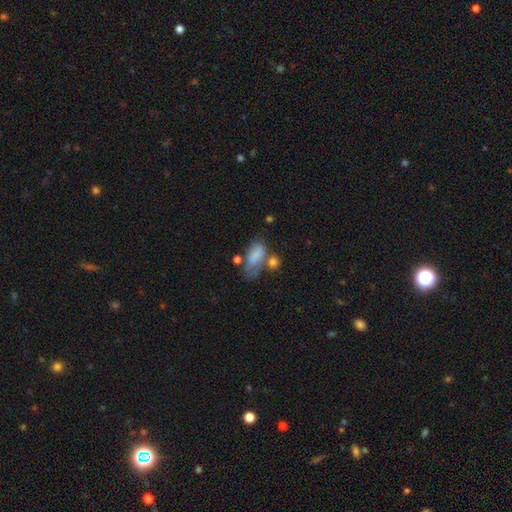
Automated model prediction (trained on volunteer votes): Q: Smooth or featured?
A: smooth (73%); runner-up: featured or disk (19%)
Q: How rounded?
A: in between (88%); runner-up: cigar-shaped (6%)
Q: Merging?
A: none (29%); runner-up: minor disturbance (26%)